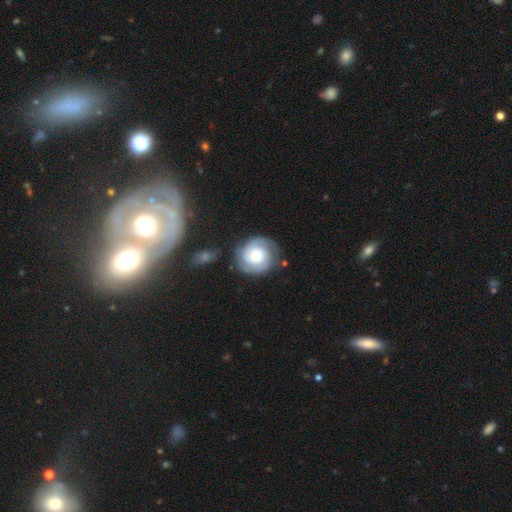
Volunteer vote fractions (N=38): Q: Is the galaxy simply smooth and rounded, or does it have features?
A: featured or disk — 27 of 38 (71%).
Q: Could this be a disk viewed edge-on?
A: no — 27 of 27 (100%).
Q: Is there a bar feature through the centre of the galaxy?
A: no — 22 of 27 (81%).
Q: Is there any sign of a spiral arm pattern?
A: yes — 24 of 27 (89%).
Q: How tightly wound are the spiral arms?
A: tight — 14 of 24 (58%).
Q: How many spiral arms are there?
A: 2 — 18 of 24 (75%).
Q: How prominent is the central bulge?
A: small — 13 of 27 (48%).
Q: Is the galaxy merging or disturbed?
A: none — 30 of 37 (81%).